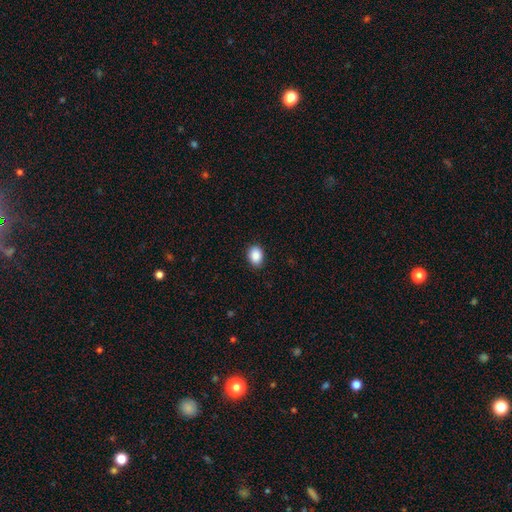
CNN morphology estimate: Q: Smooth or featured?
A: smooth (88%); runner-up: star or artifact (8%)
Q: How rounded?
A: in between (65%); runner-up: round (34%)
Q: Merging?
A: none (88%); runner-up: minor disturbance (9%)